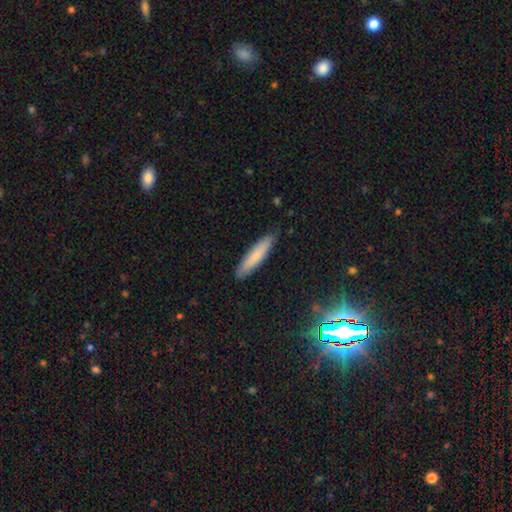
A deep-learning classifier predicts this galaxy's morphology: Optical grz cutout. It shows a smooth galaxy with no disk features (77%) that is cigar-shaped (85%). Merging: none (88%).